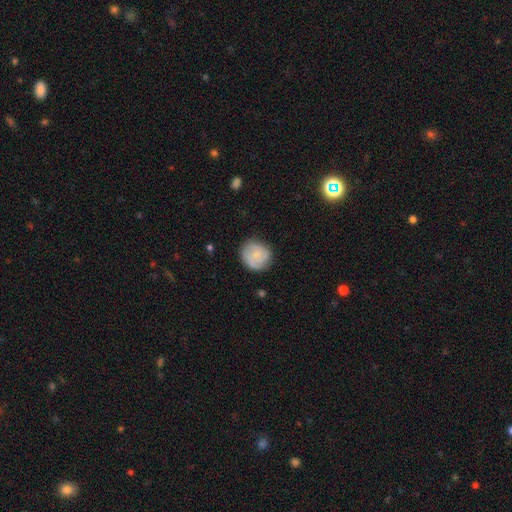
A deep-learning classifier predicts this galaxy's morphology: This is possibly a smooth galaxy (53%). How rounded: clearly round (86%). Merging: likely none (79%).